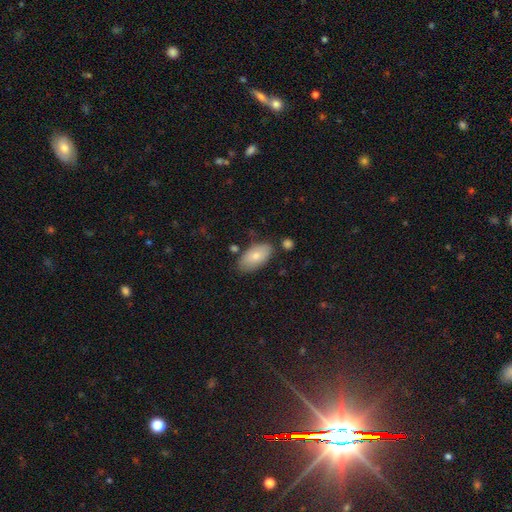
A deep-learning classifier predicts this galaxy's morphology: Overall: smooth (75%). How rounded: in between (94%). Merging: none (75%).